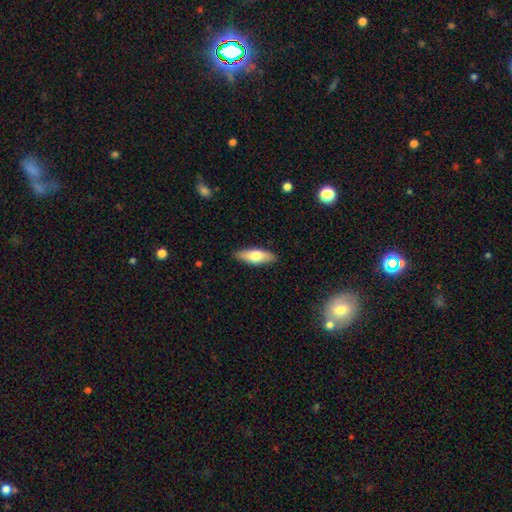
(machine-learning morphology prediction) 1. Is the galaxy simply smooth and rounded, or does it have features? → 66% smooth, 28% featured or disk, 6% star or artifact.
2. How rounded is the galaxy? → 62% in between, 35% cigar-shaped, 3% round.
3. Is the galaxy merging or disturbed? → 88% none, 9% minor disturbance, 2% major disturbance, 1% merger.